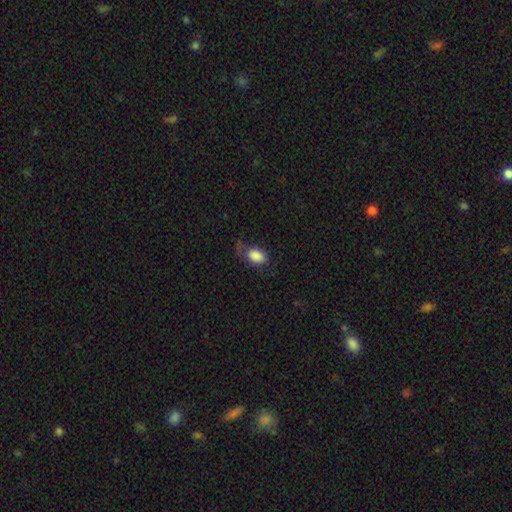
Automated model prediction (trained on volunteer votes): This appears to be a smooth galaxy with no disk features (86%) that is in between round and cigar-shaped (87%). Merging: none (51%).